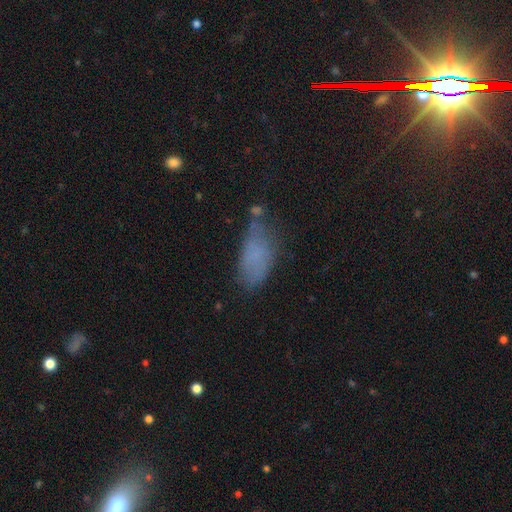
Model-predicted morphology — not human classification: Q: Smooth or featured?
A: smooth (69%); runner-up: featured or disk (16%)
Q: How rounded?
A: in between (86%); runner-up: cigar-shaped (11%)
Q: Merging?
A: none (50%); runner-up: minor disturbance (29%)